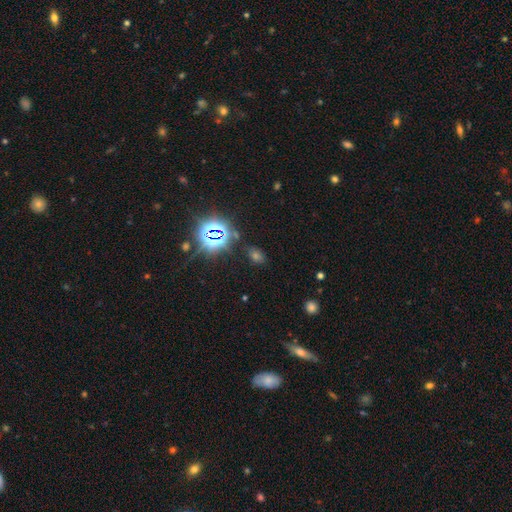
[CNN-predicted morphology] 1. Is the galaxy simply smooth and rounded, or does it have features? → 57% star or artifact, 34% smooth, 9% featured or disk.